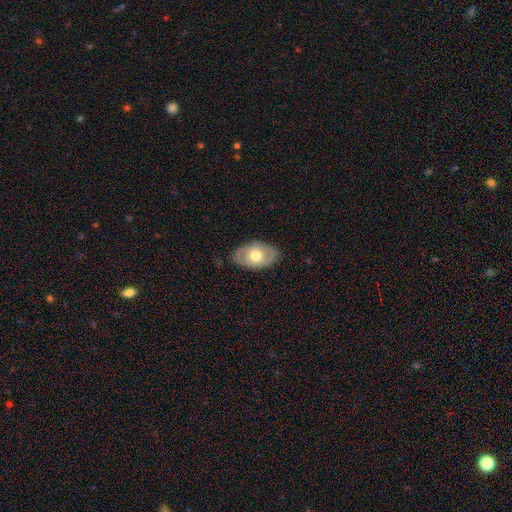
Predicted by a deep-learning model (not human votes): A smooth galaxy with no disk features (49%). Merging: none (81%).